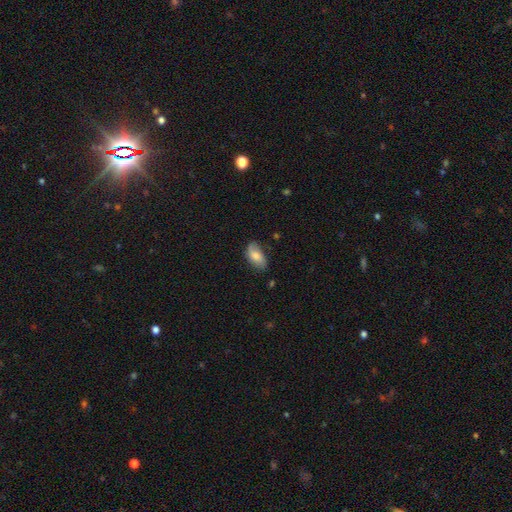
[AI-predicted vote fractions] This is likely a smooth galaxy (72%). How rounded: clearly in between (93%). Merging: likely none (66%).